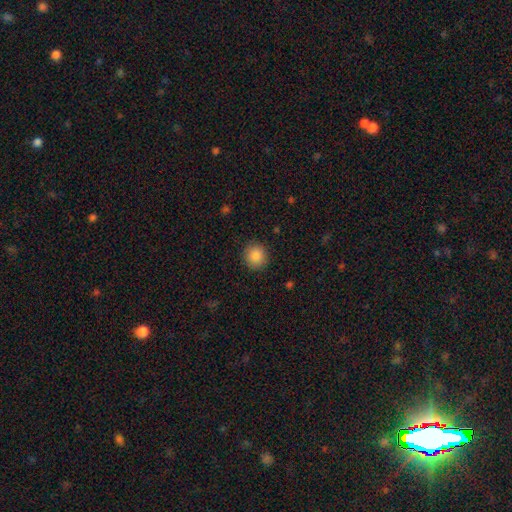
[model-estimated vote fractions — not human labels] Q: Smooth or featured?
A: smooth (87%); runner-up: star or artifact (9%)
Q: How rounded?
A: round (90%); runner-up: in between (9%)
Q: Merging?
A: none (90%); runner-up: minor disturbance (6%)